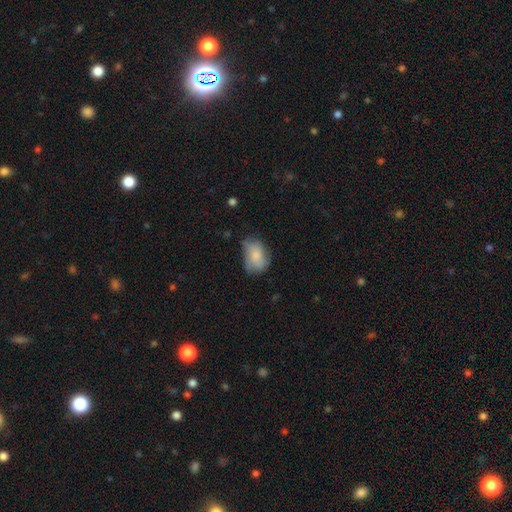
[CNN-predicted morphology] A smooth galaxy with no disk features (72%) that is in between round and cigar-shaped (80%).

Vote fractions:
- Smooth or featured? smooth: 72% / featured or disk: 21% / star or artifact: 8%
- How rounded? in between: 80% / round: 18% / cigar-shaped: 1%
- Merging? none: 48% / minor disturbance: 35% / major disturbance: 14% / merger: 2%